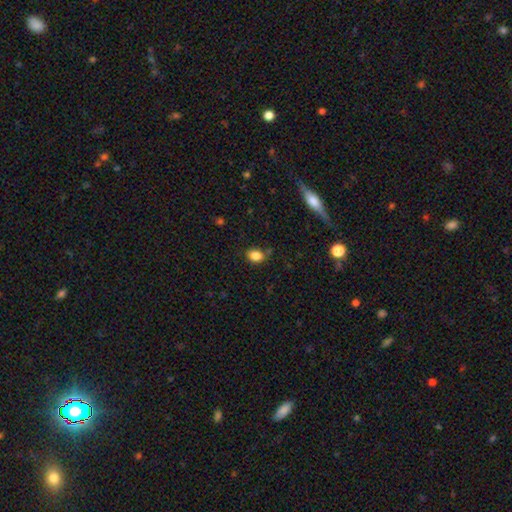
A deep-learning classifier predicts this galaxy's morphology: This is clearly a smooth galaxy (85%). How rounded: likely in between (64%). Merging: likely none (78%).